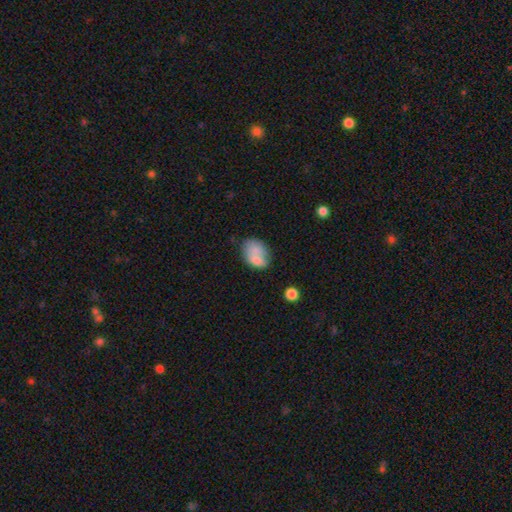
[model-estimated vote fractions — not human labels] Morphology: type=smooth (72%); roundness=in between (75%); merging=none (41%).